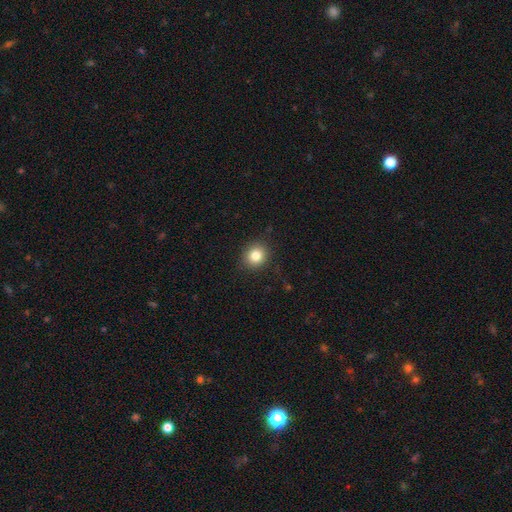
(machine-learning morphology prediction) This appears to be a smooth galaxy with no disk features (83%) that is round (77%). Merging: none (88%).